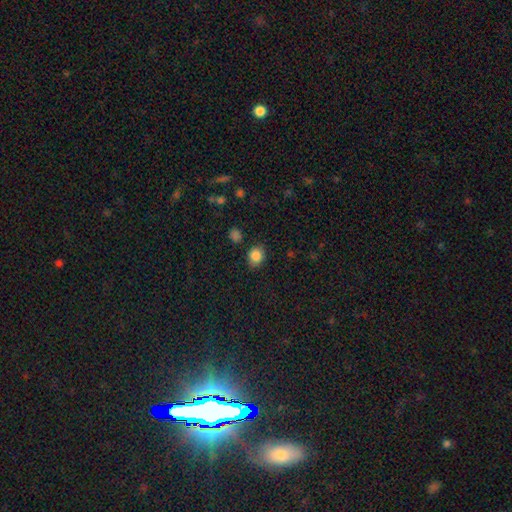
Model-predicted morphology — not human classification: smooth_or_featured: smooth (p=0.85) [alt: star or artifact p=0.10]
how_rounded: round (p=0.66) [alt: in between p=0.34]
merging: none (p=0.84) [alt: minor disturbance p=0.11]